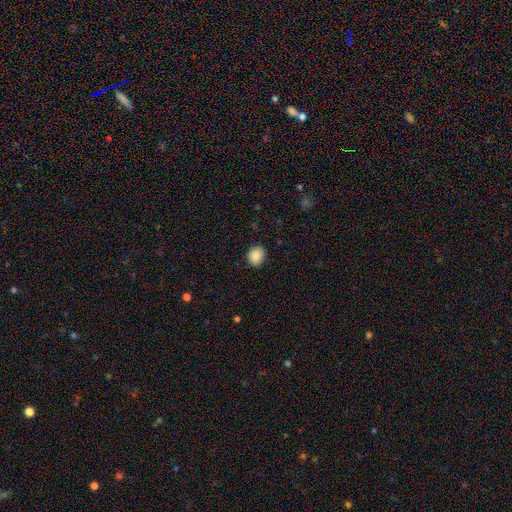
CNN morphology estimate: This appears to be a smooth galaxy with no disk features (86%) that is round (57%). Merging: none (84%).